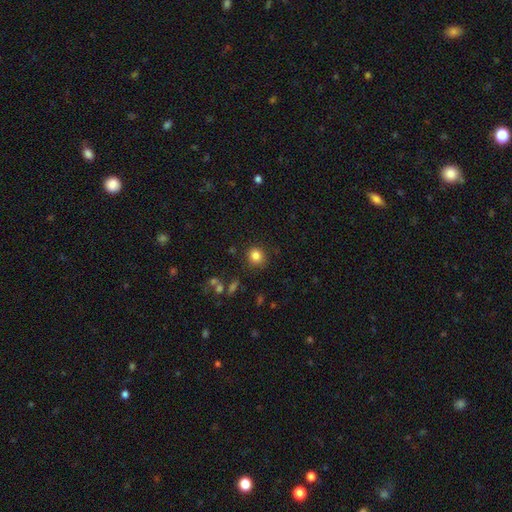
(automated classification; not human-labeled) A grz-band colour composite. It shows a smooth galaxy with no disk features (83%) that is round (86%). Merging: none (86%).